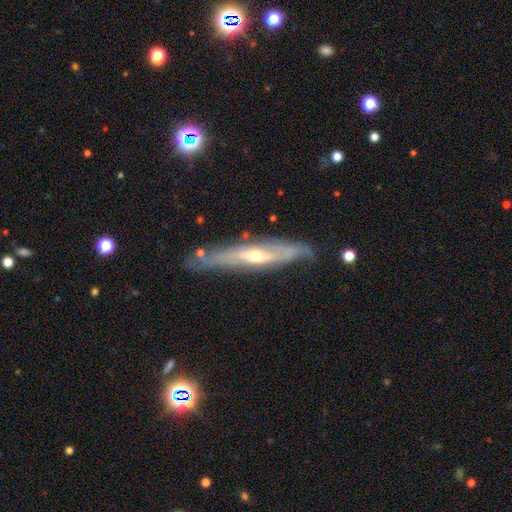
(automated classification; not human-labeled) featured or disk 74%, smooth 20%, star or artifact 6%. Down the decision tree: edge-on disk — yes (69%); edge-on bulge — rounded (79%); merging — none (73%).